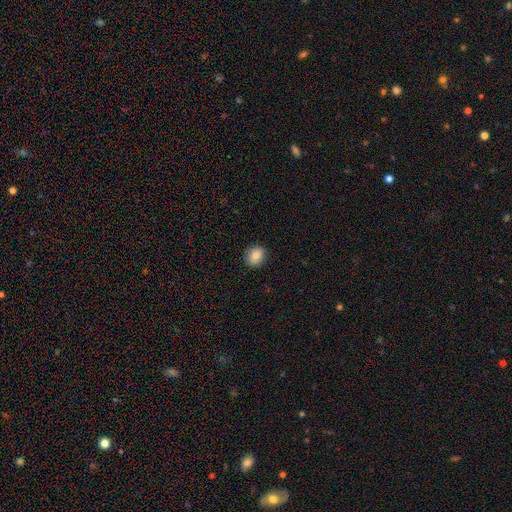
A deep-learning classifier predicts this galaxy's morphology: A smooth galaxy with no disk features (81%) that is round (75%). Merging: none (88%).